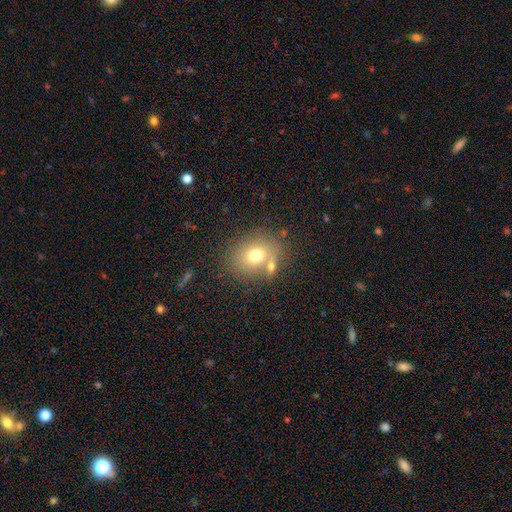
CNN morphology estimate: Q: Smooth or featured?
A: smooth (70%); runner-up: featured or disk (17%)
Q: How rounded?
A: round (57%); runner-up: in between (42%)
Q: Merging?
A: none (62%); runner-up: merger (21%)